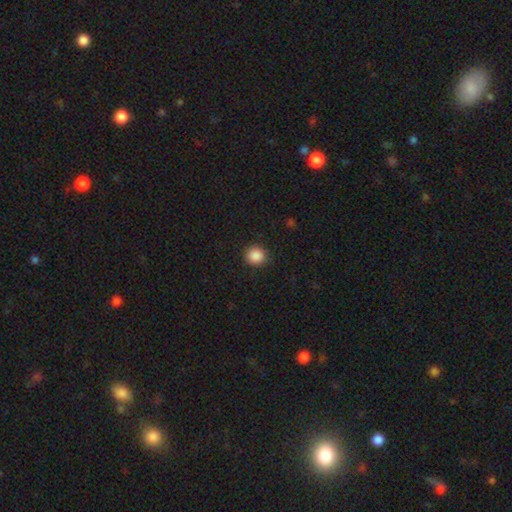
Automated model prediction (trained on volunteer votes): smooth 88%, star or artifact 9%, featured or disk 2%. Down the decision tree: how rounded — round (90%); merging — none (91%).